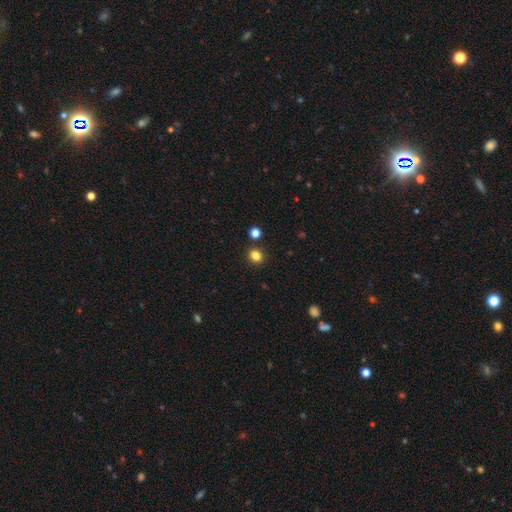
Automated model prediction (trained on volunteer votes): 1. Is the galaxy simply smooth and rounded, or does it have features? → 82% smooth, 13% star or artifact, 5% featured or disk.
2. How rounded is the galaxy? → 73% round, 26% in between, 1% cigar-shaped.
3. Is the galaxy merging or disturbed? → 87% none, 7% minor disturbance, 4% merger, 2% major disturbance.